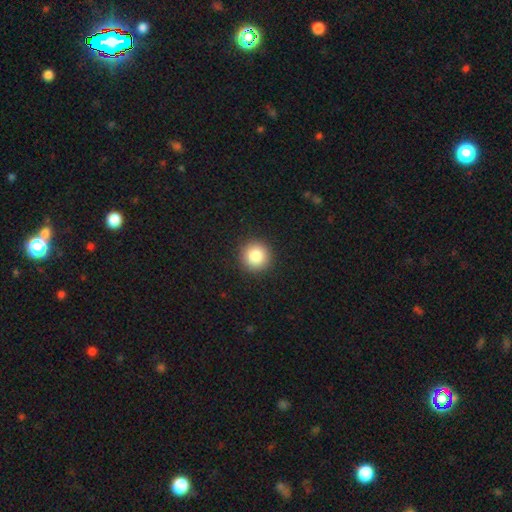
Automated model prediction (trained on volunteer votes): Overall: smooth (85%). How rounded: round (95%). Merging: none (92%).